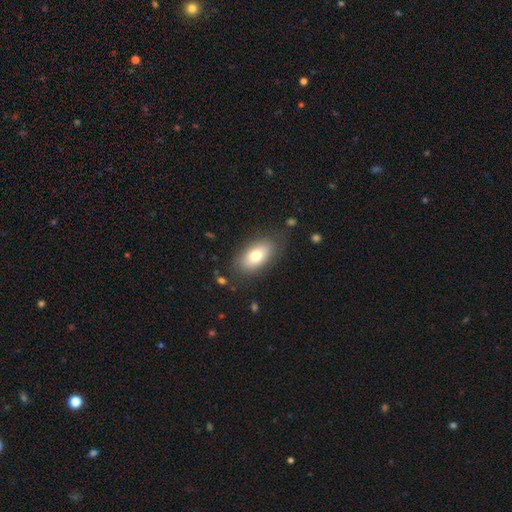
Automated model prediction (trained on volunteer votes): Smooth or featured? smooth (76%)
How rounded? in between (91%)
Merging? none (80%)